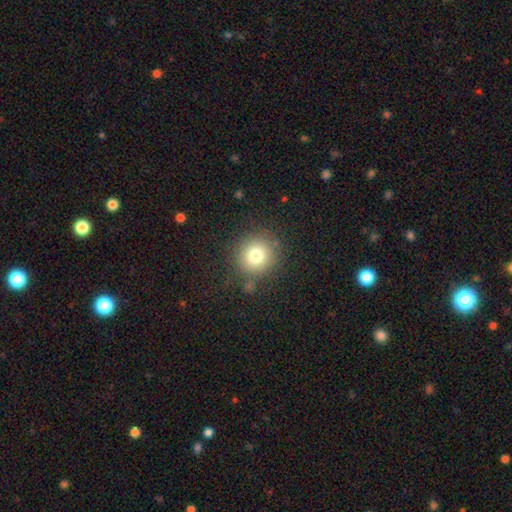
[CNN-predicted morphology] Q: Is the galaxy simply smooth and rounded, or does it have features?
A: smooth — 78%.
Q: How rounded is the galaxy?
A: round — 91%.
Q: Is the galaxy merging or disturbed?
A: none — 81%.